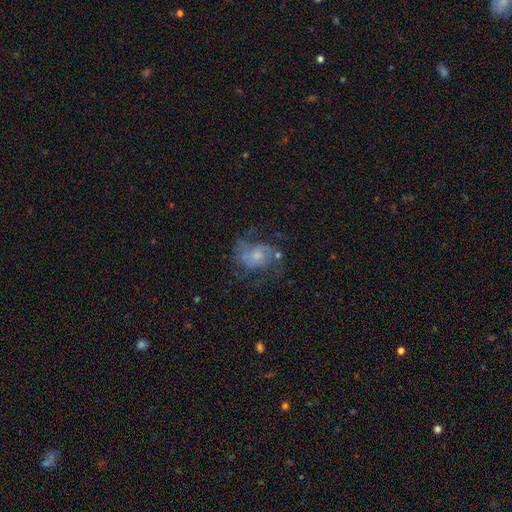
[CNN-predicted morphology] The model was most divided on "bulge size": small: 46%, moderate: 35%, none: 11%, large: 7%, dominant: 2%. More confident: edge-on disk — no (98%); spiral arms — yes (90%); smooth or featured — featured or disk (75%); spiral arm count — 2 (74%); bar — no (65%); merging — none (57%); spiral winding — medium (50%).